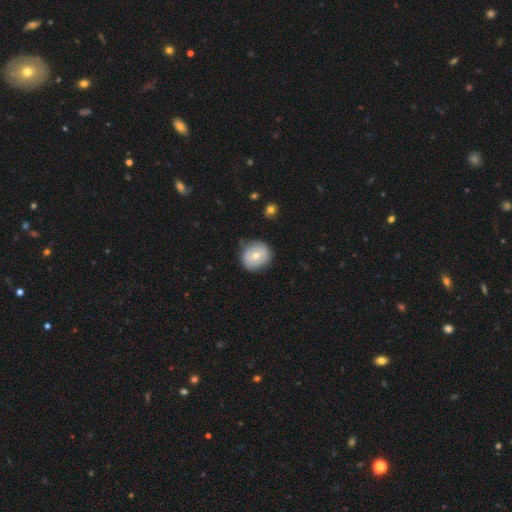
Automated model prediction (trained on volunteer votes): This appears to be a smooth galaxy with no disk features (60%) that is round (83%). Merging: none (79%).